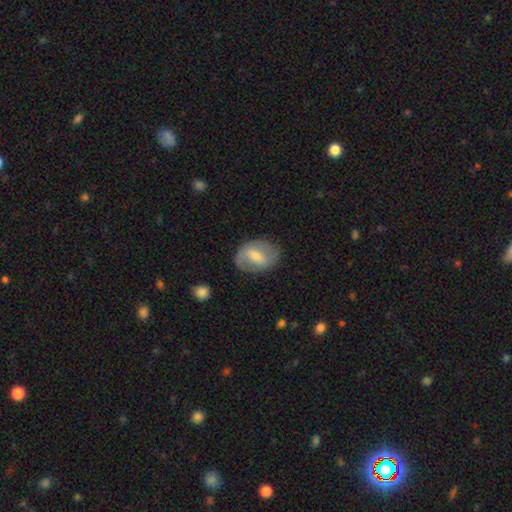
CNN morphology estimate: smooth_or_featured: featured or disk (p=0.56) [alt: smooth p=0.37]
disk_edge_on: no (p=0.95) [alt: yes p=0.05]
bar: weak (p=0.45) [alt: strong p=0.39]
has_spiral_arms: yes (p=0.66) [alt: no p=0.34]
bulge_size: moderate (p=0.47) [alt: small p=0.44]
merging: none (p=0.72) [alt: minor disturbance p=0.19]